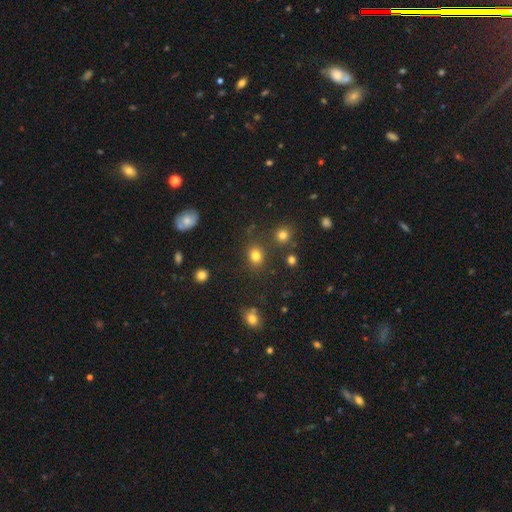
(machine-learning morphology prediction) A smooth galaxy with no disk features (80%) that is round (61%). Merging: none (80%).